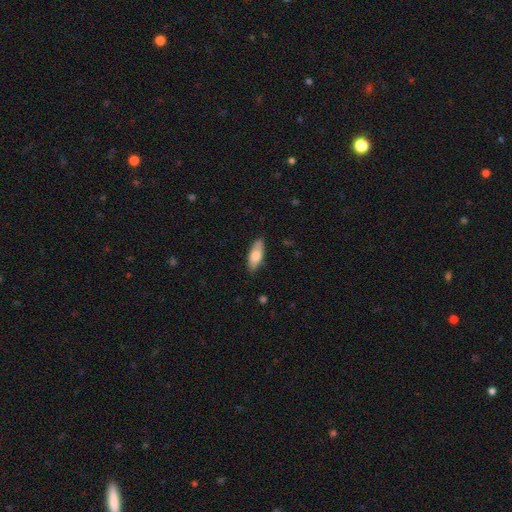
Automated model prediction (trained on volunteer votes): smooth 75%, featured or disk 20%, star or artifact 6%. Down the decision tree: how rounded — in between (74%); merging — none (84%).